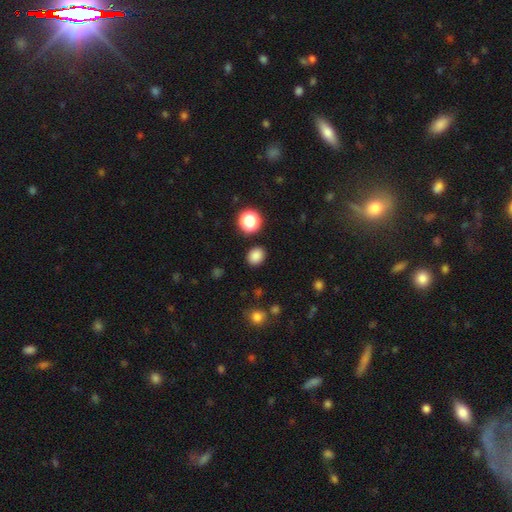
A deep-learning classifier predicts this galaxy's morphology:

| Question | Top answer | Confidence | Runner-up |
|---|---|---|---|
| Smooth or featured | smooth | 84% | star or artifact (13%) |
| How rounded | round | 64% | in between (35%) |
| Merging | none | 88% | minor disturbance (7%) |